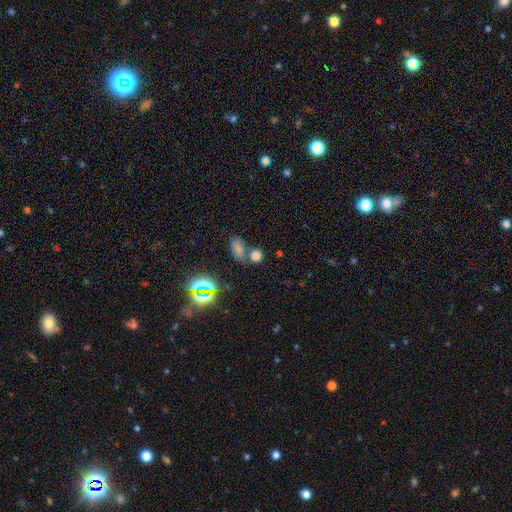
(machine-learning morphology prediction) This appears to be a smooth galaxy with no disk features (69%) that is round (63%). Merging: none (56%).